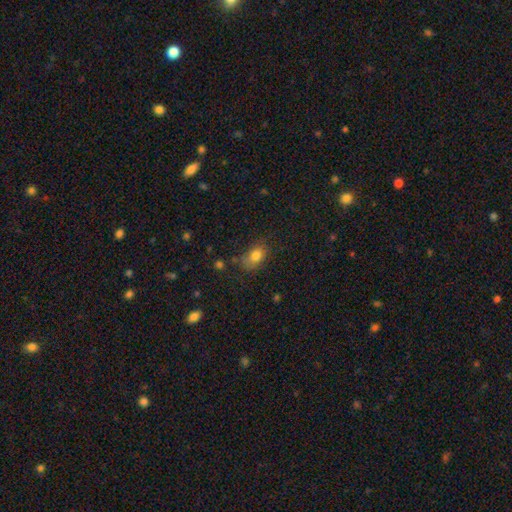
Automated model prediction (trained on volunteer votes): Overall: smooth (81%). How rounded: in between (76%). Merging: none (64%; minor disturbance 25%).